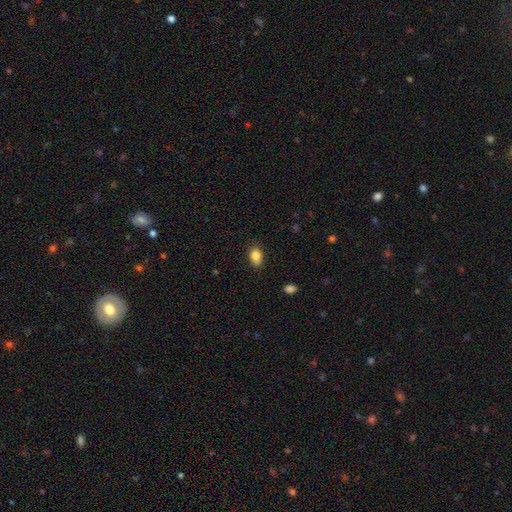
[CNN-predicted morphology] Overall: smooth (85%). How rounded: in between (80%). Merging: none (80%).